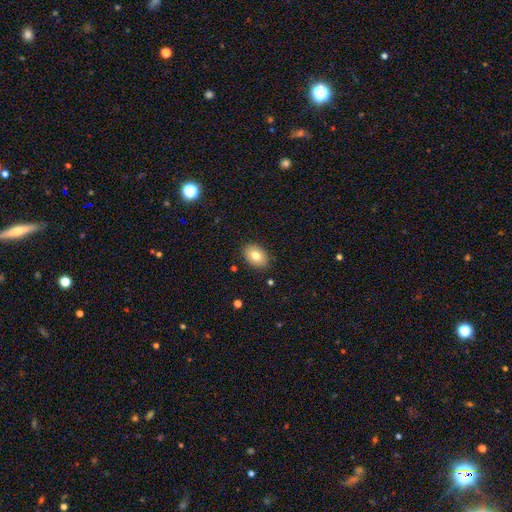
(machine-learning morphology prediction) Smooth or featured? smooth (78%)
How rounded? in between (78%)
Merging? none (87%)